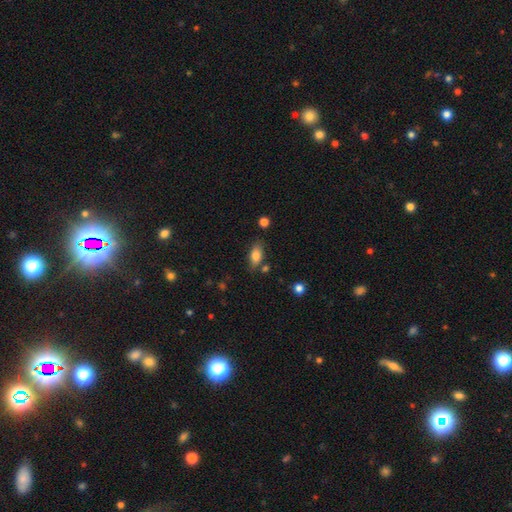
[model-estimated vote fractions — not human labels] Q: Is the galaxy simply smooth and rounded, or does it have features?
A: smooth — 80%.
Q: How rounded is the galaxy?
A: in between — 86%.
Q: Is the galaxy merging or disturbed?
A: none — 73%.